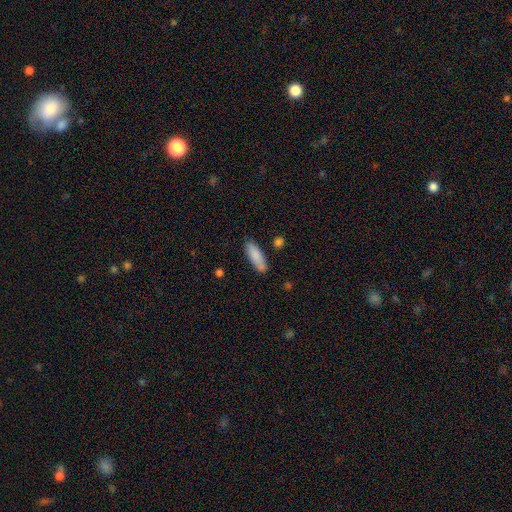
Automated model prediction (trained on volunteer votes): Morphology: type=smooth (85%); roundness=in between (50%); merging=none (80%).